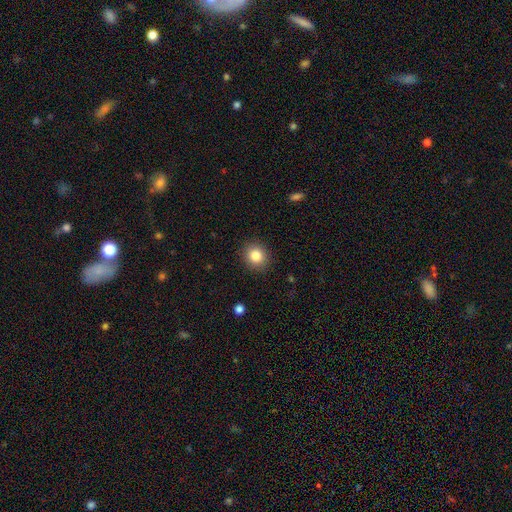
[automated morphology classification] smooth 84%, star or artifact 10%, featured or disk 6%. Down the decision tree: how rounded — round (82%); merging — none (90%).